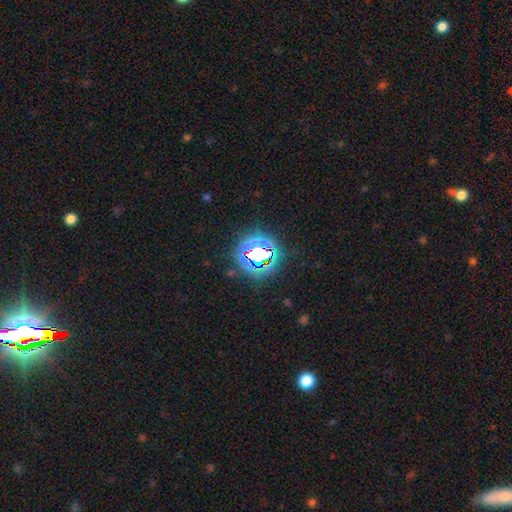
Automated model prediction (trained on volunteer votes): Q: Smooth or featured?
A: star or artifact (70%); runner-up: smooth (19%)